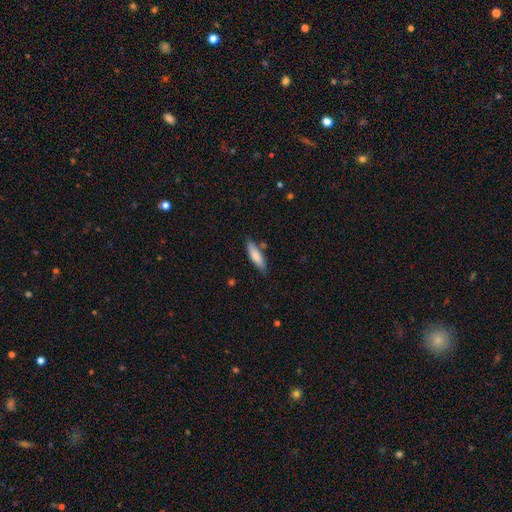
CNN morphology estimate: A smooth galaxy with no disk features (78%) that is cigar-shaped (61%).

Vote fractions:
- Smooth or featured? smooth: 78% / featured or disk: 16% / star or artifact: 6%
- How rounded? cigar-shaped: 61% / in between: 38% / round: 2%
- Merging? none: 78% / minor disturbance: 14% / merger: 5% / major disturbance: 3%